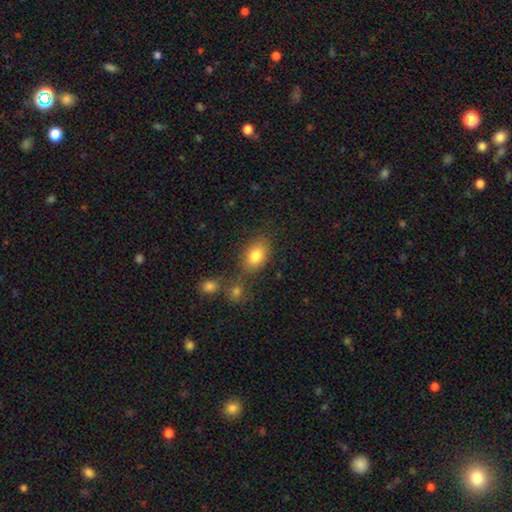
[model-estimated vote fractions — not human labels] smooth_or_featured: smooth (p=0.82) [alt: star or artifact p=0.09]
how_rounded: in between (p=0.82) [alt: round p=0.17]
merging: none (p=0.67) [alt: minor disturbance p=0.14]